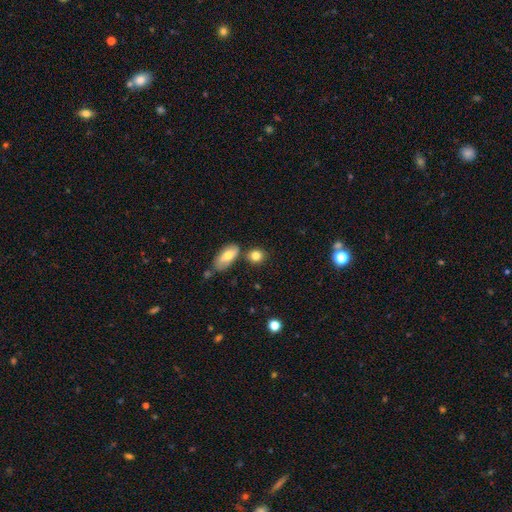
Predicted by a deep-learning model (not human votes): This appears to be a smooth galaxy with no disk features (82%) that is round (66%). Merging: none (71%).